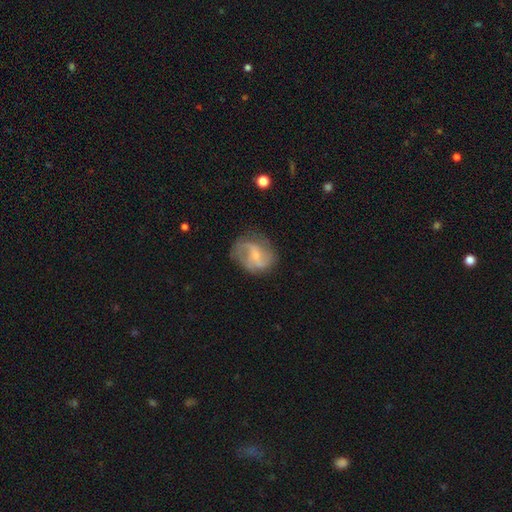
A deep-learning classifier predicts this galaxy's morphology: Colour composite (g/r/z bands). It shows a featured or disk galaxy (74%) with a weak bar (47%), 2 (71%) loose (48%) spiral arms (88%) and a small central bulge (67%). Merging: none (62%).